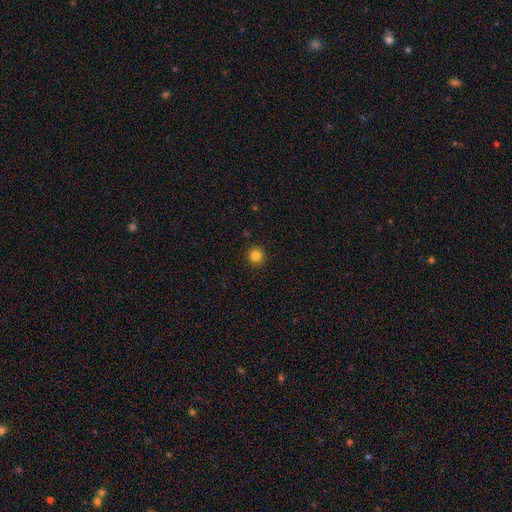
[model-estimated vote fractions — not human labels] smooth 84%, star or artifact 12%, featured or disk 5%. Down the decision tree: how rounded — round (95%); merging — none (92%).